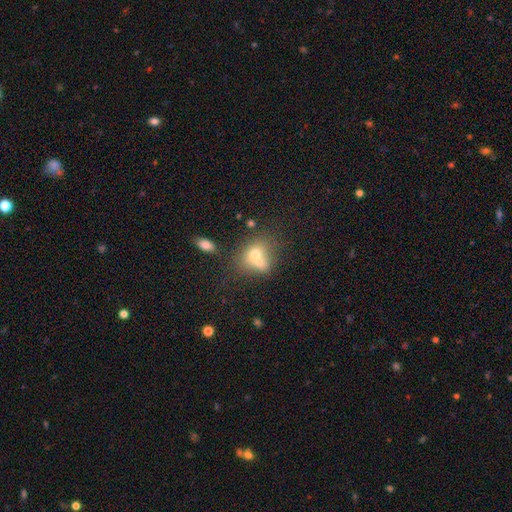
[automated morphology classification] Smooth or featured? smooth (66%)
How rounded? round (55%)
Merging? merger (58%)